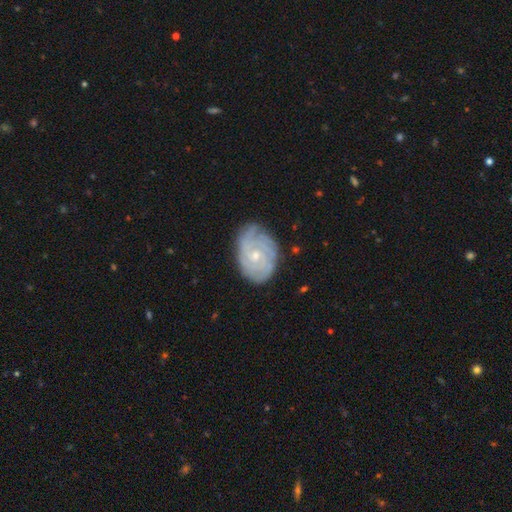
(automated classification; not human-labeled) Smooth or featured? Predicted: featured or disk (p=0.79). Edge-on disk? Predicted: no (p=0.97). Bar? Predicted: no (p=0.77). Spiral arms? Predicted: yes (p=0.94). Spiral winding? Predicted: tight (p=0.77). Spiral arm count? Predicted: can't tell (p=0.37). Bulge size? Predicted: small (p=0.63). Merging? Predicted: none (p=0.74).